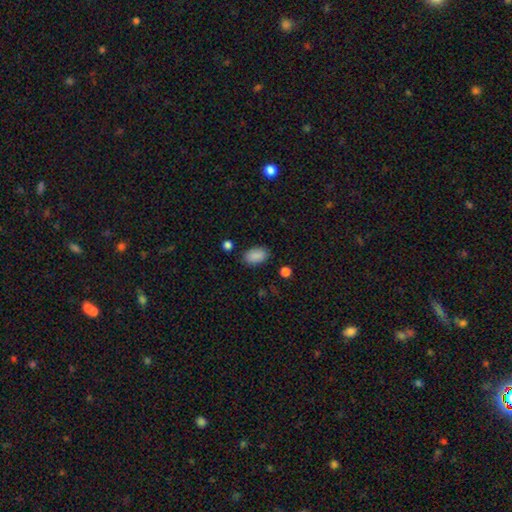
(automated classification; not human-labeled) Overall: smooth (89%). How rounded: in between (91%). Merging: none (84%).